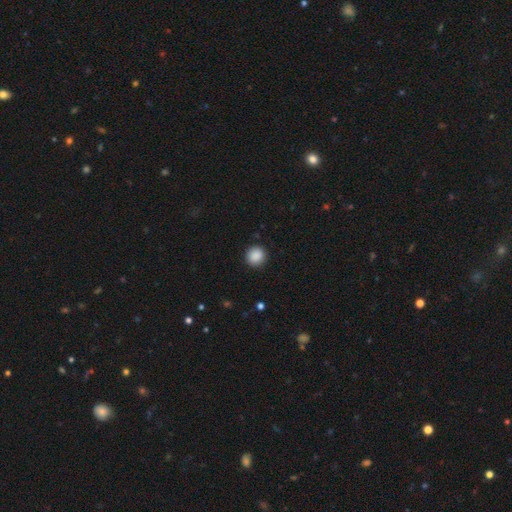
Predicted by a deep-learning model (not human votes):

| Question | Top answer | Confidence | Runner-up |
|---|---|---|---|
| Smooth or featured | smooth | 89% | star or artifact (8%) |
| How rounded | round | 92% | in between (7%) |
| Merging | none | 91% | minor disturbance (6%) |